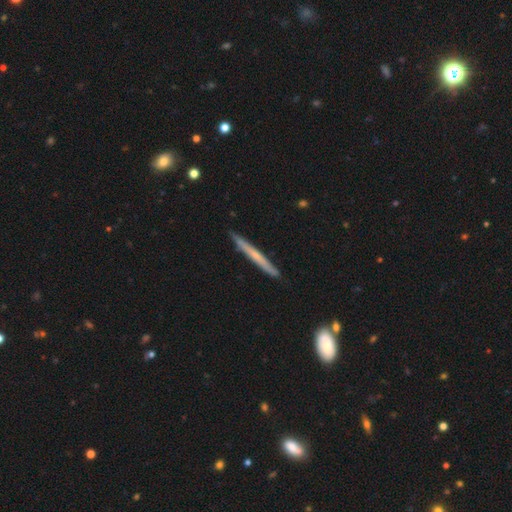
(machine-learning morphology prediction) smooth-or-featured: featured or disk: 48% | smooth: 46% | star or artifact: 6%
  merging: none: 88% | minor disturbance: 9% | merger: 1% | major disturbance: 1%